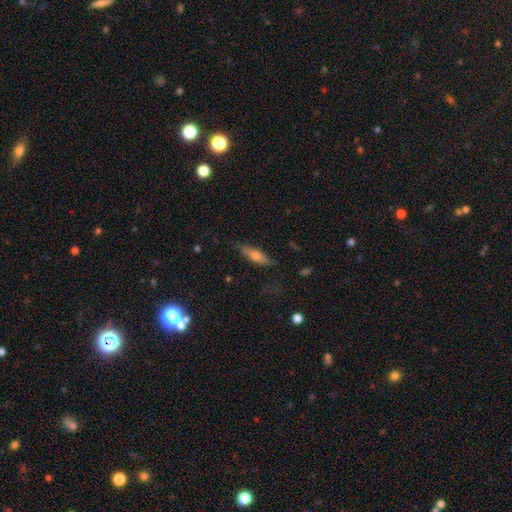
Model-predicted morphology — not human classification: A smooth galaxy with no disk features (50%). Merging: none (78%).